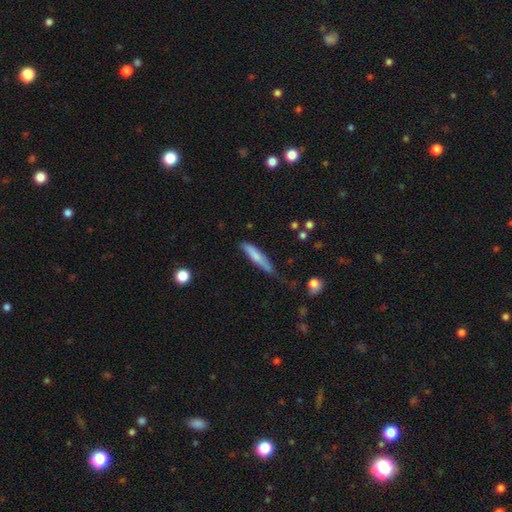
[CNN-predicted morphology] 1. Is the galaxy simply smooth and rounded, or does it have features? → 73% smooth, 21% featured or disk, 6% star or artifact.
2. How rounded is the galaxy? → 86% cigar-shaped, 12% in between, 2% round.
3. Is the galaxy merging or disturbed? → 59% none, 31% minor disturbance, 7% major disturbance, 3% merger.